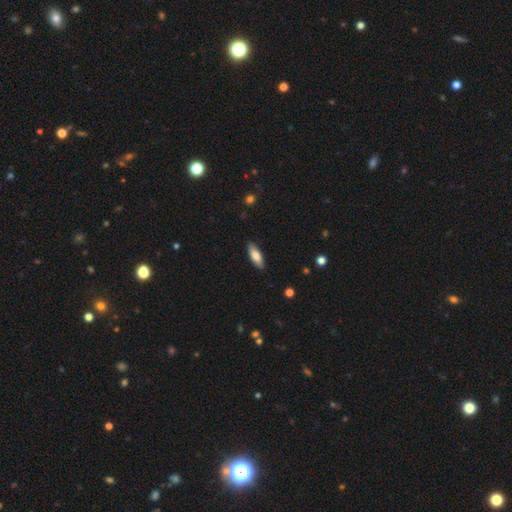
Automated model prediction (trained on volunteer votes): Smooth or featured?
  - smooth: 75% *
  - featured or disk: 20%
  - star or artifact: 6%
How rounded?
  - in between: 63% *
  - cigar-shaped: 35%
  - round: 2%
Merging?
  - none: 88% *
  - minor disturbance: 9%
  - major disturbance: 2%
  - merger: 1%